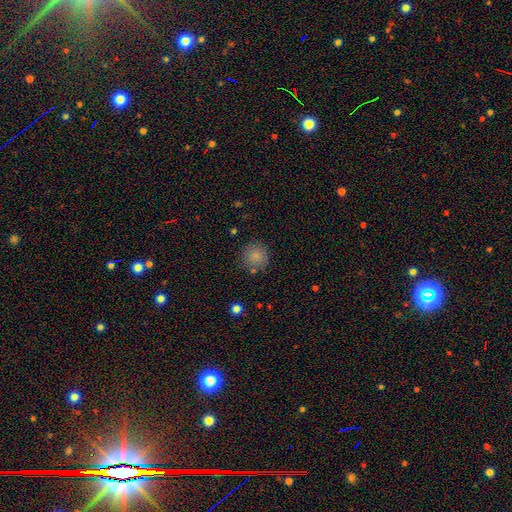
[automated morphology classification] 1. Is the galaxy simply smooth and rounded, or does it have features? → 85% smooth, 10% star or artifact, 5% featured or disk.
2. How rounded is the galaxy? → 94% round, 5% in between, 1% cigar-shaped.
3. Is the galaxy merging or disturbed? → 83% none, 10% minor disturbance, 3% major disturbance, 3% merger.